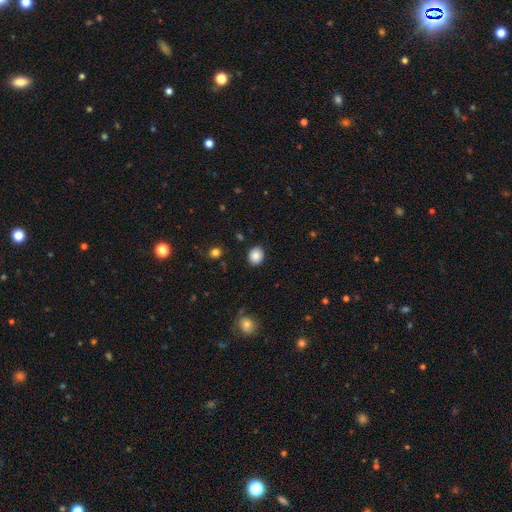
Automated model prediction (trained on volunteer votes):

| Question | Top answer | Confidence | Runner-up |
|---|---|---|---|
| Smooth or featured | smooth | 87% | star or artifact (9%) |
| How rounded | round | 69% | in between (31%) |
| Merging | none | 89% | minor disturbance (8%) |